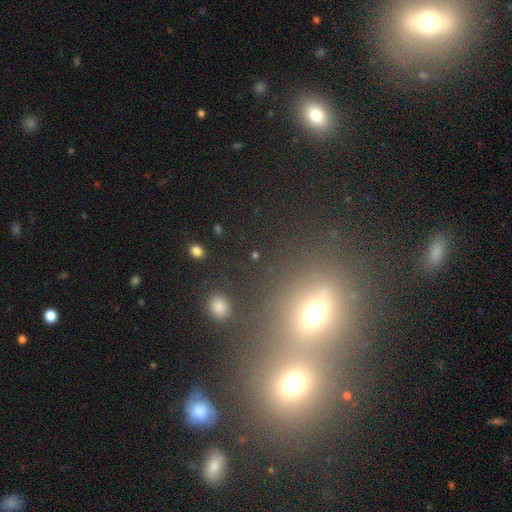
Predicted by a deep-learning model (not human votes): The model was most divided on "smooth or featured": smooth: 45%, star or artifact: 39%, featured or disk: 16%. More confident: merging — none (79%).